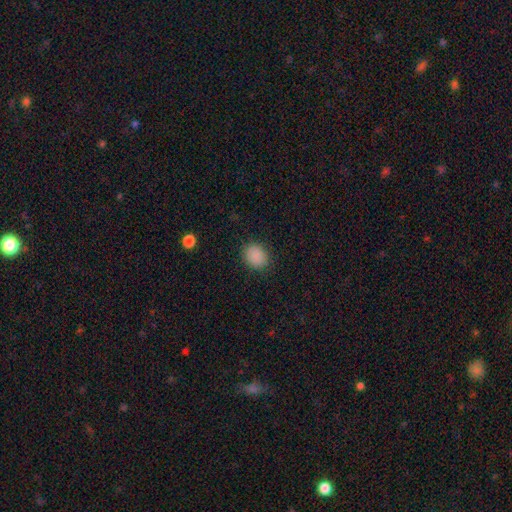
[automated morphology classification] This appears to be a smooth galaxy with no disk features (88%) that is round (62%). Merging: none (88%).